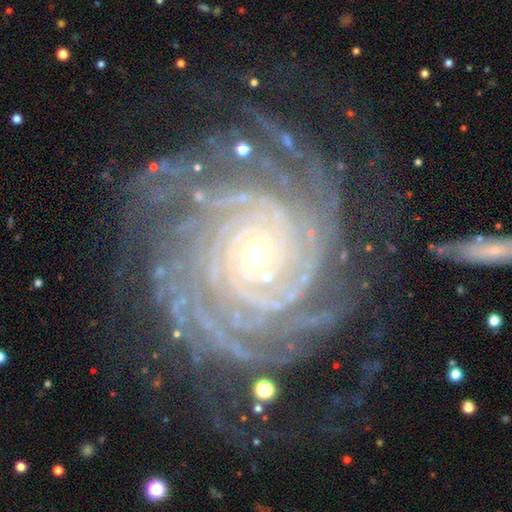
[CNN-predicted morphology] Smooth or featured: featured or disk — 92% (star or artifact — 5%)
Edge-on disk: no — 97% (yes — 3%)
Bar: no — 65% (weak — 23%)
Spiral arms: yes — 98% (no — 2%)
Spiral winding: tight — 85% (medium — 13%)
Spiral arm count: more than 4 — 30% (4 — 21%)
Bulge size: small — 75% (moderate — 21%)
Merging: none — 69% (minor disturbance — 16%)